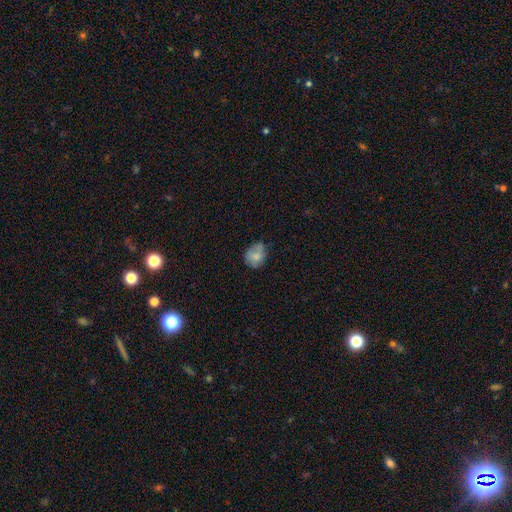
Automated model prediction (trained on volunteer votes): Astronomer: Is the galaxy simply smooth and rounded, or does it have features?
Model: smooth — 73%.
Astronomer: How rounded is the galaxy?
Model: round — 55% (runner-up: in between, 44%).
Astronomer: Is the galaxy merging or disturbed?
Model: none — 53% (runner-up: minor disturbance, 34%).